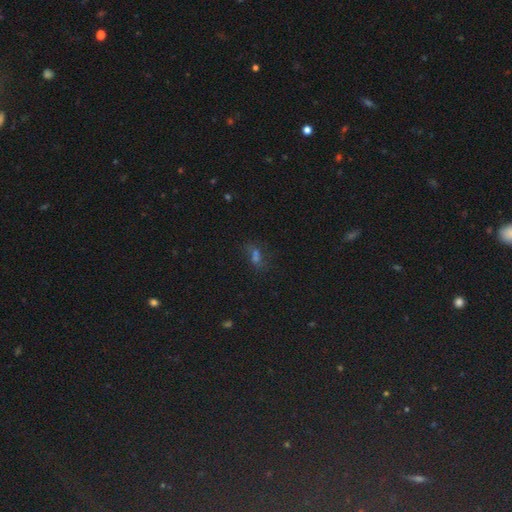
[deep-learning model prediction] Q: Smooth or featured?
A: star or artifact (44%); runner-up: smooth (39%)